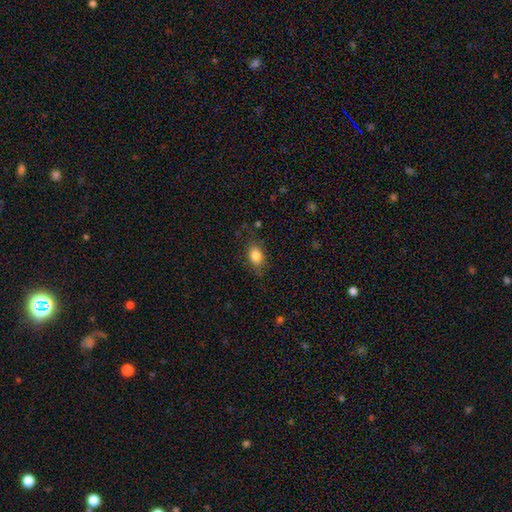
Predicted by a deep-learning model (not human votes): A smooth galaxy with no disk features (84%) that is in between round and cigar-shaped (78%). Merging: none (79%).